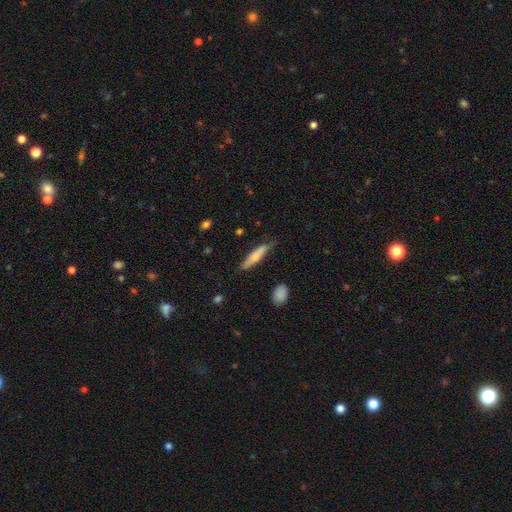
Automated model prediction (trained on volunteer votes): smooth 63%, featured or disk 31%, star or artifact 6%. Down the decision tree: how rounded — cigar-shaped (83%); merging — none (70%).